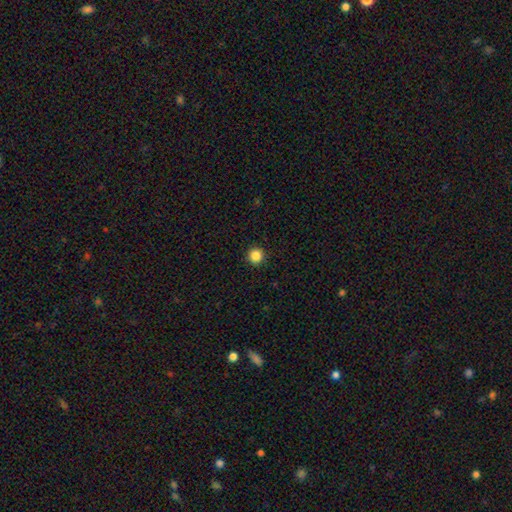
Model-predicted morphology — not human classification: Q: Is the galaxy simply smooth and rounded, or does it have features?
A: smooth — 86%.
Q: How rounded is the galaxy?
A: round — 95%.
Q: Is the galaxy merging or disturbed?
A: none — 93%.